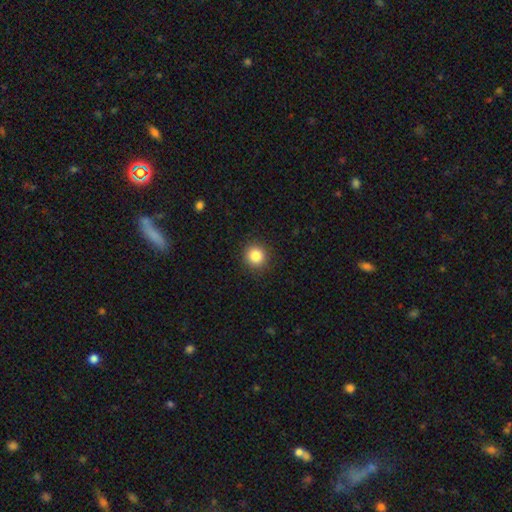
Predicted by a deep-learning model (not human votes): The model was most divided on "smooth or featured": smooth: 84%, star or artifact: 11%, featured or disk: 5%. More confident: how rounded — round (92%); merging — none (91%).